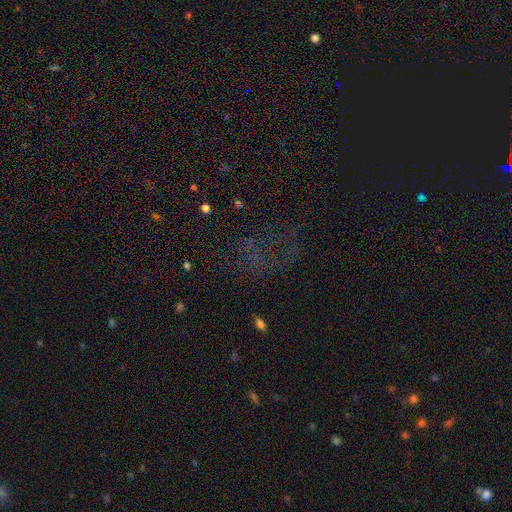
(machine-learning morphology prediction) smooth-or-featured: star or artifact: 52% | smooth: 28% | featured or disk: 20%